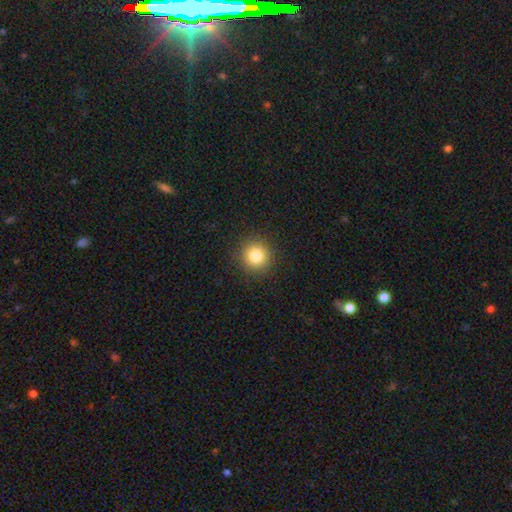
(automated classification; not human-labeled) Morphology: type=smooth (83%); roundness=round (94%); merging=none (91%).